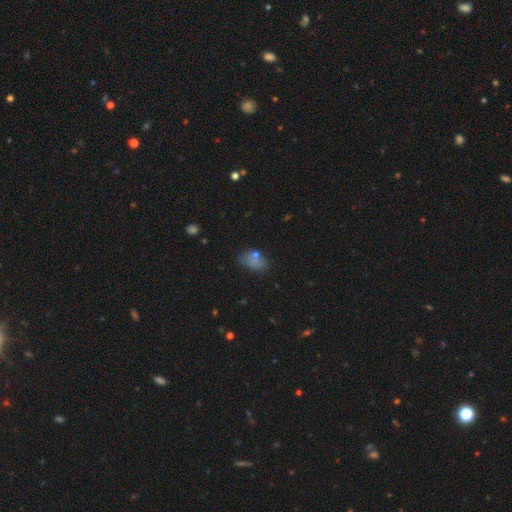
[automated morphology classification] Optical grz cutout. It shows a smooth galaxy with no disk features (65%) that is in between round and cigar-shaped (79%). Merging: none (55%).